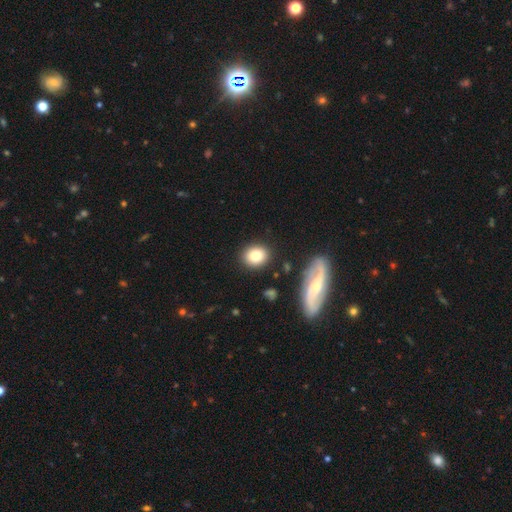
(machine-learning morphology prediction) Smooth or featured? smooth (78%)
How rounded? round (66%)
Merging? none (86%)